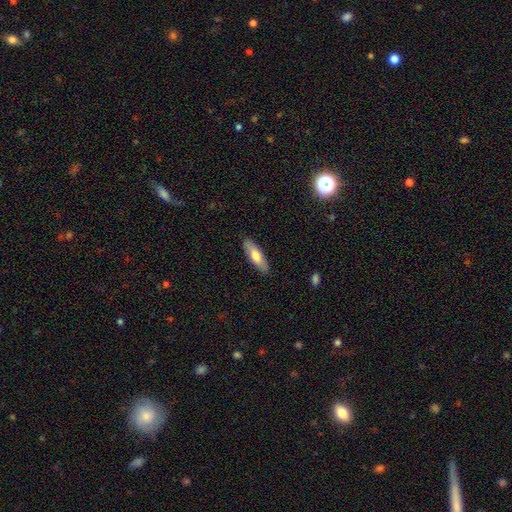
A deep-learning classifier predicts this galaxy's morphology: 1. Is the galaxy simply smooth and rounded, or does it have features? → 69% smooth, 25% featured or disk, 6% star or artifact.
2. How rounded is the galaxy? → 49% in between (tied), 49% cigar-shaped (tied), 2% round.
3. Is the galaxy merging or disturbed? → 88% none, 9% minor disturbance, 2% major disturbance, 1% merger.